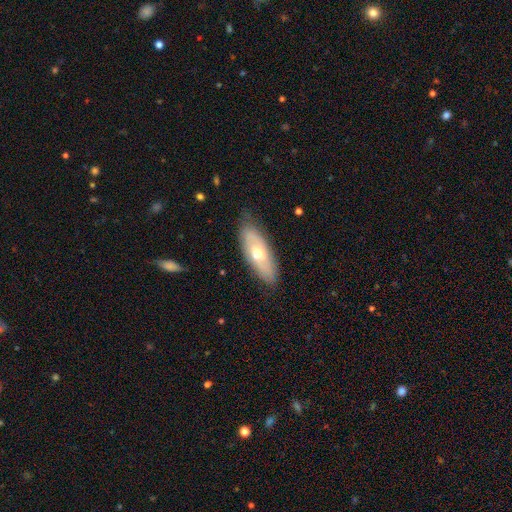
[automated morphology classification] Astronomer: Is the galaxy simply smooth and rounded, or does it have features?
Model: smooth — 50% (runner-up: featured or disk, 44%).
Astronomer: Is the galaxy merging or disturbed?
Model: none — 78%.